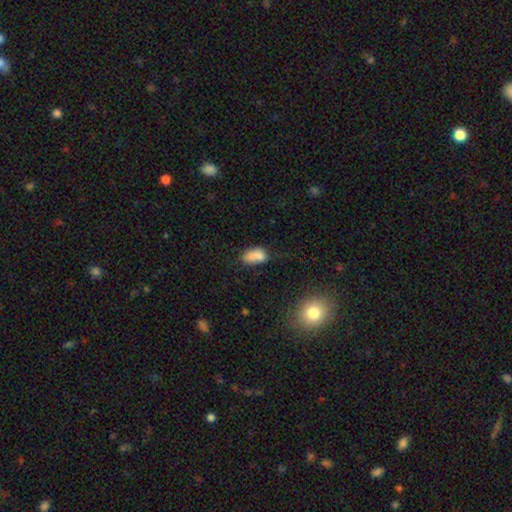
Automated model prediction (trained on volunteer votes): Smooth or featured? Predicted: smooth (p=0.75). How rounded? Predicted: in between (p=0.84). Merging? Predicted: none (p=0.36).